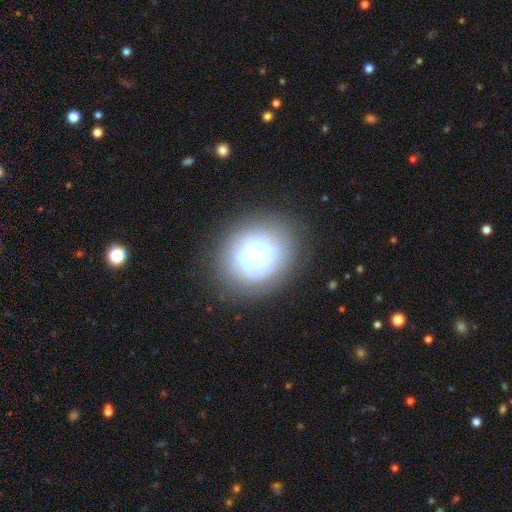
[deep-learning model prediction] Morphology: type=featured or disk (61%); edge-on=no (98%); bar=no (82%); spiral arms=no (73%); bulge=none (49%); merging=none (61%).